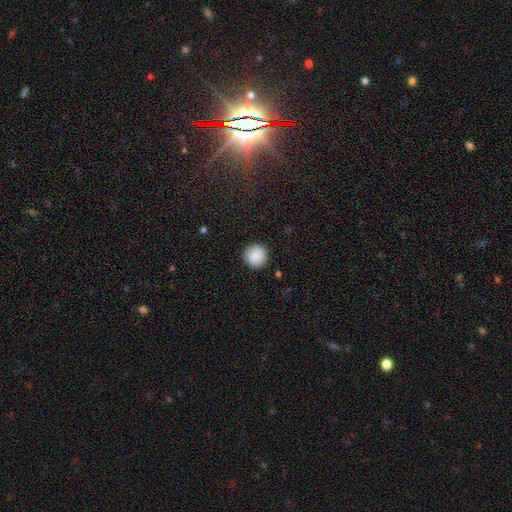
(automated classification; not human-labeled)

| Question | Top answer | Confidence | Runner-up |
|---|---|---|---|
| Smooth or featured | smooth | 87% | star or artifact (8%) |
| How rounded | round | 95% | in between (4%) |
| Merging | none | 90% | minor disturbance (7%) |